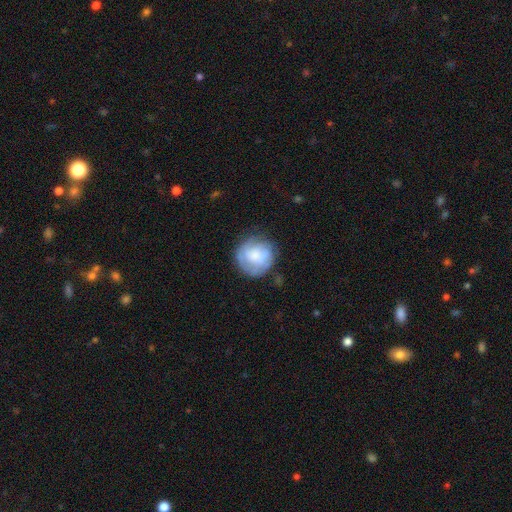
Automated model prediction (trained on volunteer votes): smooth 50%, featured or disk 42%, star or artifact 7%. Down the decision tree: how rounded — round (90%); merging — none (69%).